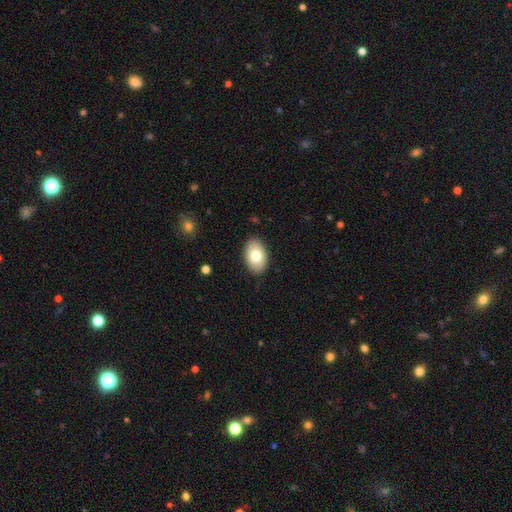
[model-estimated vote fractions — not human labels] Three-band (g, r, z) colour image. It shows a smooth galaxy with no disk features (77%) that is in between round and cigar-shaped (91%). Merging: none (88%).